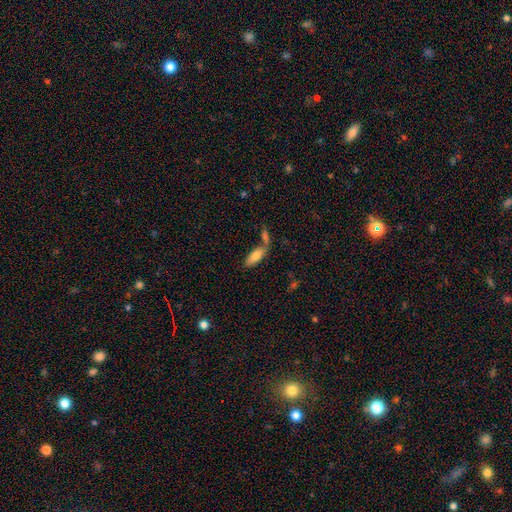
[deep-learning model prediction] This is likely a smooth galaxy (74%). How rounded: likely in between (72%). Merging: possibly none (48%).